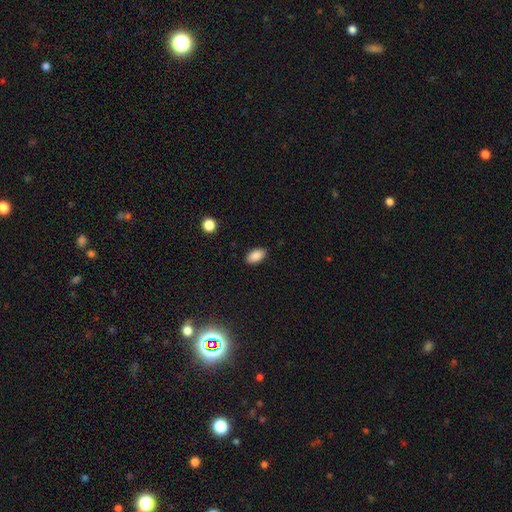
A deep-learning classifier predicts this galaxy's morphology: Overall: smooth (88%). How rounded: in between (93%). Merging: none (88%).